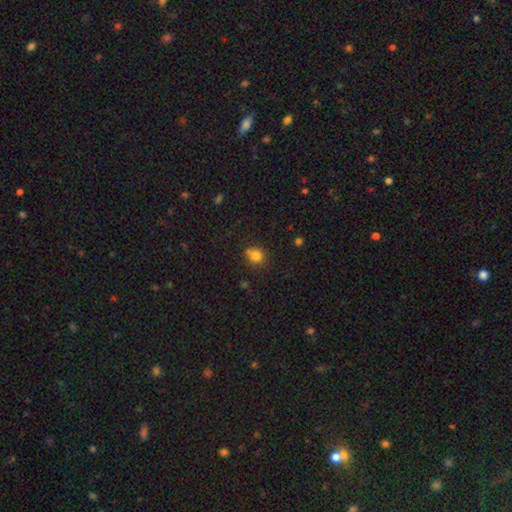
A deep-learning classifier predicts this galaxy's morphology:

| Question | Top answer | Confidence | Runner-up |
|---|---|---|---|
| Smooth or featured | smooth | 80% | star or artifact (13%) |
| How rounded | round | 83% | in between (16%) |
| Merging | none | 68% | minor disturbance (15%) |